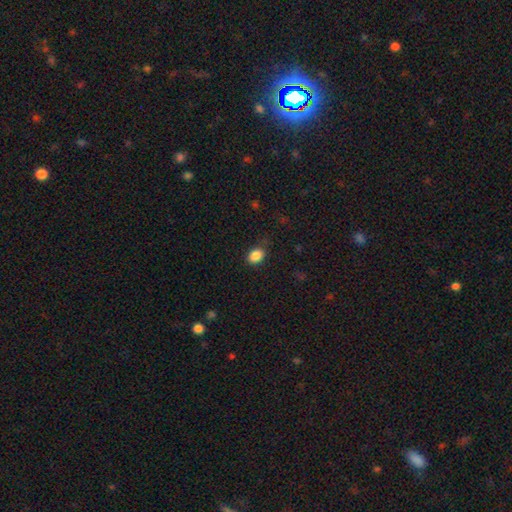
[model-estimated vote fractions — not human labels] A smooth galaxy with no disk features (87%) that is in between round and cigar-shaped (69%). Merging: none (83%).